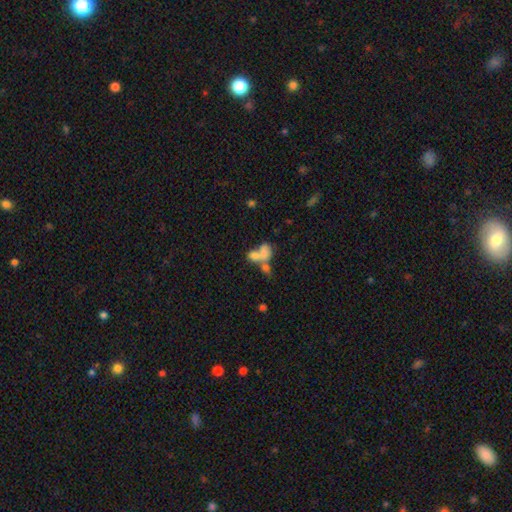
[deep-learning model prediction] Smooth or featured: smooth — 63% (featured or disk — 25%)
How rounded: in between — 72% (round — 25%)
Merging: merger — 67% (none — 17%)